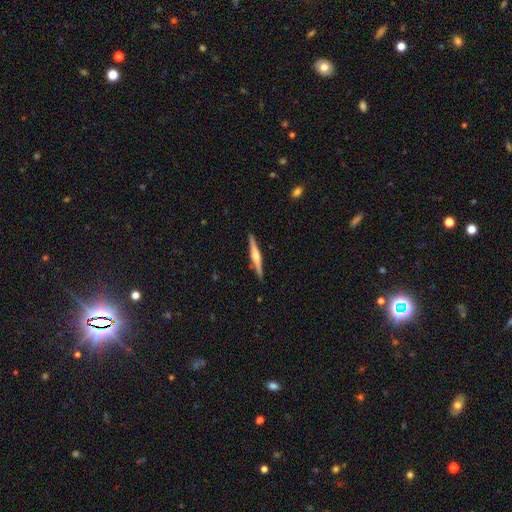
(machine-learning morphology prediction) Smooth or featured: featured or disk — 68% (smooth — 26%)
Edge-on disk: yes — 98% (no — 2%)
Edge-on bulge: rounded — 83% (boxy — 11%)
Merging: none — 91% (minor disturbance — 6%)